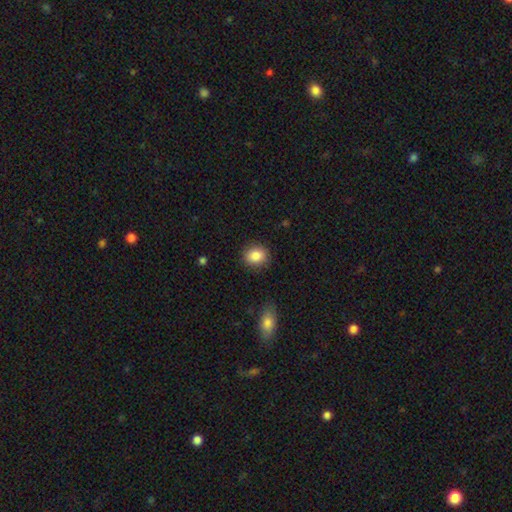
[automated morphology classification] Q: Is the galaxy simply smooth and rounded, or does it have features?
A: smooth — 86%.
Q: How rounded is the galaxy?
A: round — 62%.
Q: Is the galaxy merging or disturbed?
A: none — 87%.